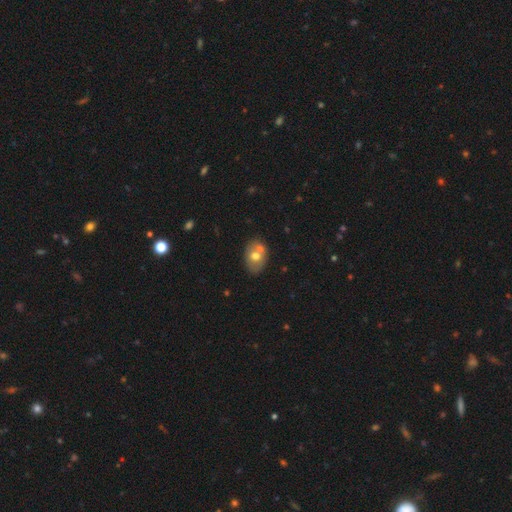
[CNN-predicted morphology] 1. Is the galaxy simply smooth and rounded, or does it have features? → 63% smooth, 29% featured or disk, 8% star or artifact.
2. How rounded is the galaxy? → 76% in between, 23% round, 1% cigar-shaped.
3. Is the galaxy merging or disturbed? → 57% none, 27% merger, 13% minor disturbance, 3% major disturbance.